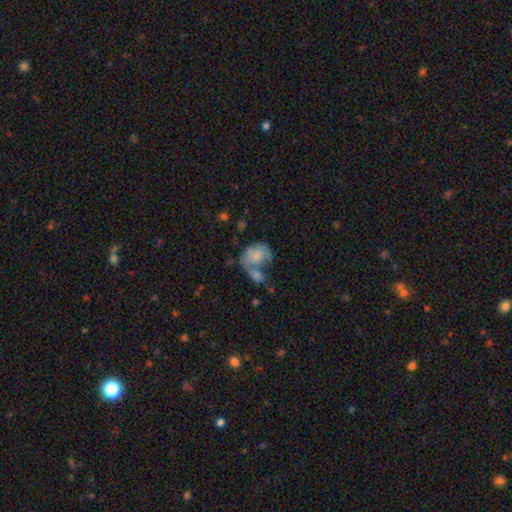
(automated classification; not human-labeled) A smooth galaxy with no disk features (65%) that is in between round and cigar-shaped (55%).

Vote fractions:
- Smooth or featured? smooth: 65% / featured or disk: 27% / star or artifact: 7%
- How rounded? in between: 55% / round: 44% / cigar-shaped: 1%
- Merging? merger: 50% / none: 21% / minor disturbance: 15% / major disturbance: 14%